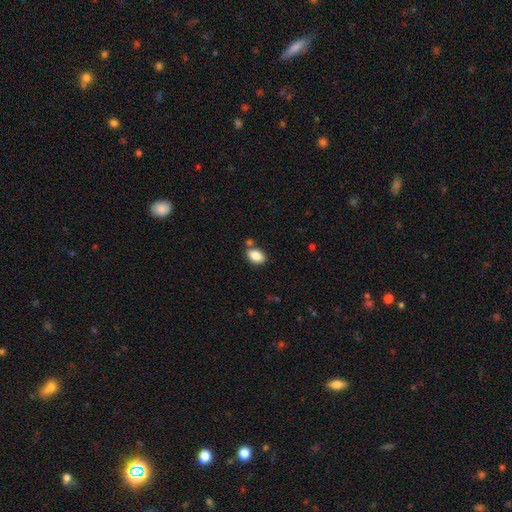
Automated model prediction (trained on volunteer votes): A smooth galaxy with no disk features (84%) that is in between round and cigar-shaped (87%).

Vote fractions:
- Smooth or featured? smooth: 84% / star or artifact: 8% / featured or disk: 8%
- How rounded? in between: 87% / round: 11% / cigar-shaped: 2%
- Merging? none: 73% / minor disturbance: 13% / merger: 11% / major disturbance: 3%